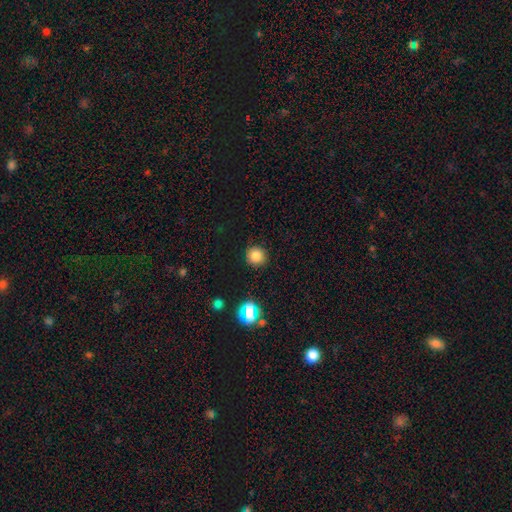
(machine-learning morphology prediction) This appears to be a smooth galaxy with no disk features (81%) that is round (92%). Merging: none (89%).